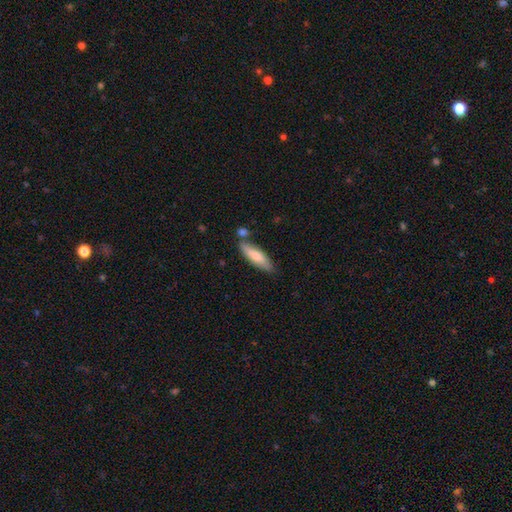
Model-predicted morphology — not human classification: This appears to be a smooth galaxy with no disk features (70%) that is cigar-shaped (58%). Merging: none (70%).